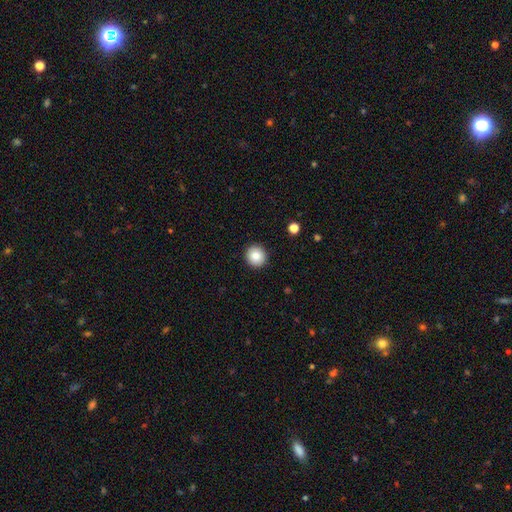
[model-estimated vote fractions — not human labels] smooth-or-featured: smooth: 84% | star or artifact: 9% | featured or disk: 7%
  how-rounded: round: 94% | in between: 5% | cigar-shaped: 1%
  merging: none: 93% | minor disturbance: 5% | major disturbance: 2% | merger: 1%